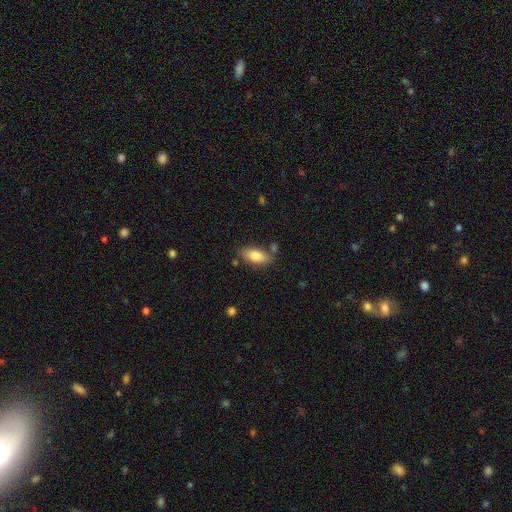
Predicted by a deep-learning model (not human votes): Overall: smooth (82%). How rounded: in between (88%). Merging: none (73%).